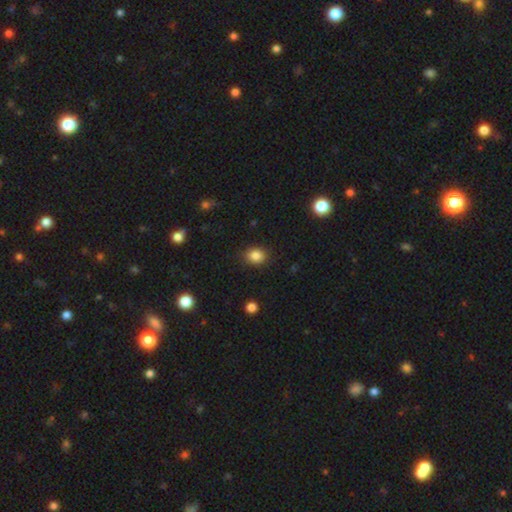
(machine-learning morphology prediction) This is clearly a smooth galaxy (85%). How rounded: likely round (63%). Merging: clearly none (87%).